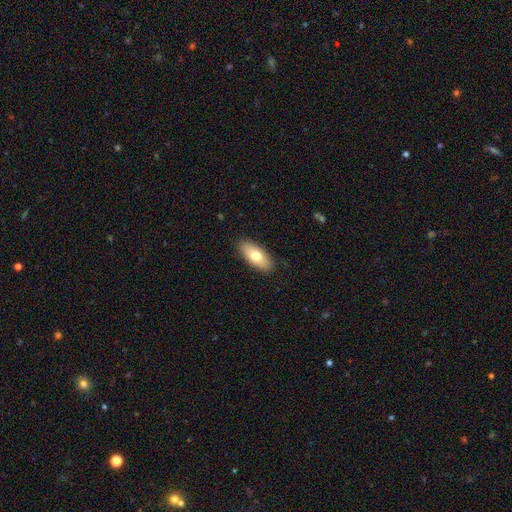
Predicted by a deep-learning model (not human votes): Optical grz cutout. It shows a smooth galaxy with no disk features (71%) that is in between round and cigar-shaped (85%). Merging: none (88%).